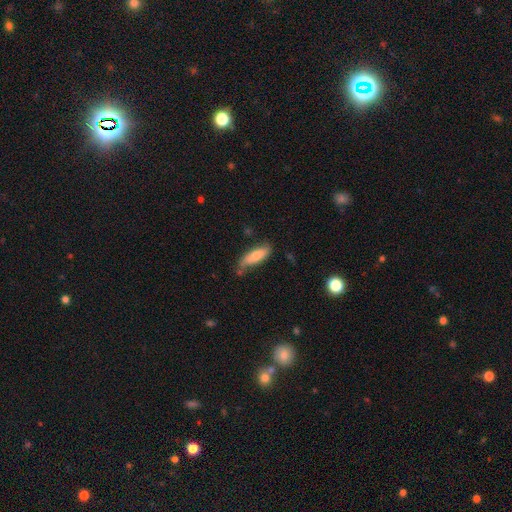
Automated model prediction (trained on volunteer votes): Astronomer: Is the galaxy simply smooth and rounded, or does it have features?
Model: smooth — 72%.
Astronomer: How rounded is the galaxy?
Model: in between — 58% (runner-up: cigar-shaped, 40%).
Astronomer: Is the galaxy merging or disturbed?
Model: none — 63%.